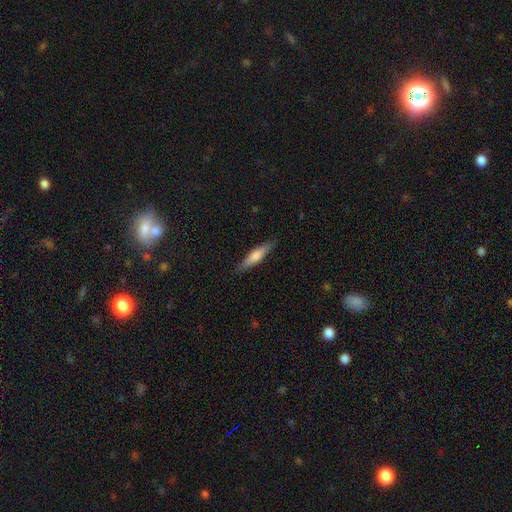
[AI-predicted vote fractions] Smooth or featured? smooth (62%)
How rounded? cigar-shaped (81%)
Merging? none (88%)